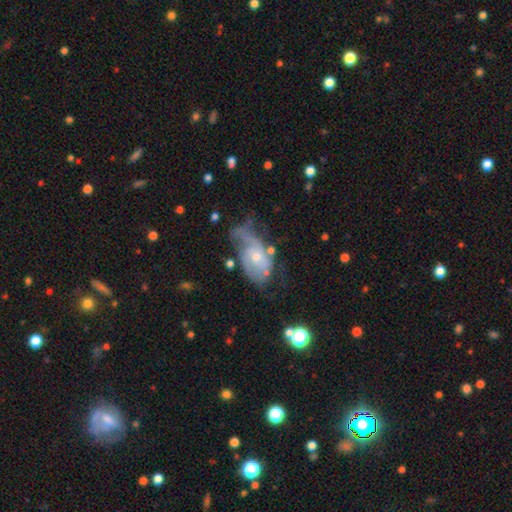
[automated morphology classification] A featured or disk galaxy (74%) with no bar (71%), 2 (39%) tight (39%) spiral arms (83%) and a small central bulge (60%).

Vote fractions:
- Smooth or featured? featured or disk: 74% / smooth: 18% / star or artifact: 8%
- Edge-on disk? no: 95% / yes: 5%
- Bar? no: 71% / weak: 25% / strong: 4%
- Spiral arms? yes: 83% / no: 17%
- Spiral winding? tight: 39% / medium: 38% / loose: 23%
- Spiral arm count? 2: 39% / can't tell: 31% / 1: 20% / 3: 7% / 4: 2% / more than 4: 2%
- Bulge size? small: 60% / moderate: 35% / none: 2% / large: 2% / dominant: 1%
- Merging? none: 34% / major disturbance: 31% / minor disturbance: 29% / merger: 6%